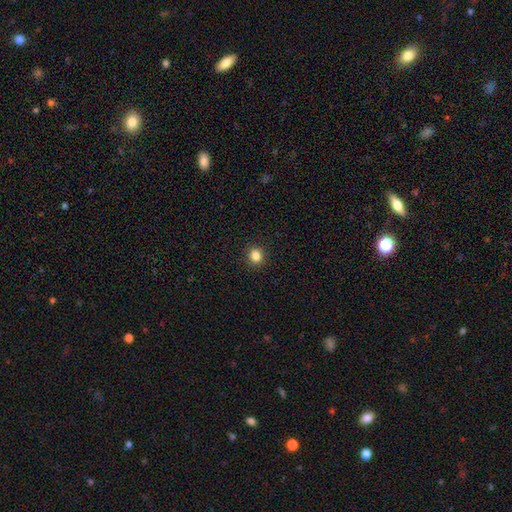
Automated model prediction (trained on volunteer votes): smooth_or_featured: smooth (p=0.84) [alt: star or artifact p=0.12]
how_rounded: round (p=0.84) [alt: in between p=0.15]
merging: none (p=0.91) [alt: minor disturbance p=0.06]